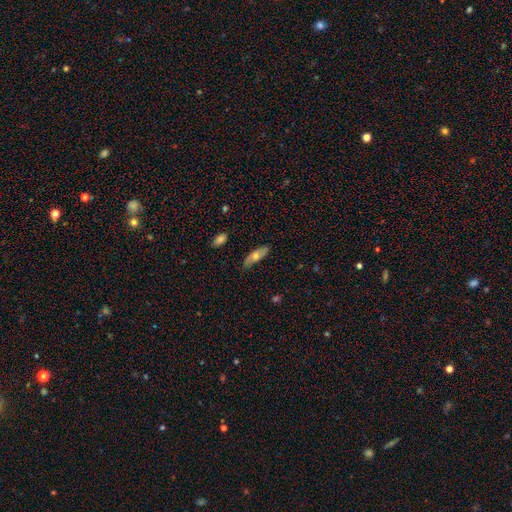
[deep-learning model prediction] Smooth or featured? smooth (53%)
How rounded? in between (60%)
Merging? none (80%)